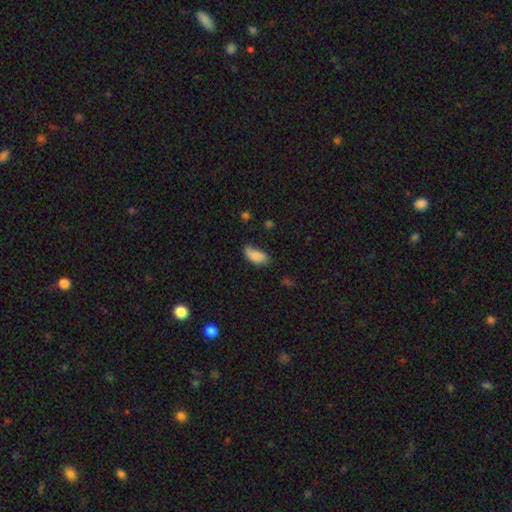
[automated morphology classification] type=smooth (81%); roundness=in between (92%); merging=none (50%).